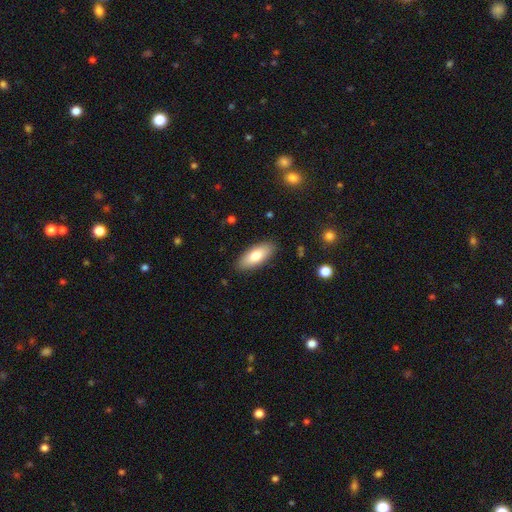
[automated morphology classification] This appears to be a smooth galaxy with no disk features (77%) that is in between round and cigar-shaped (81%). Merging: none (88%).